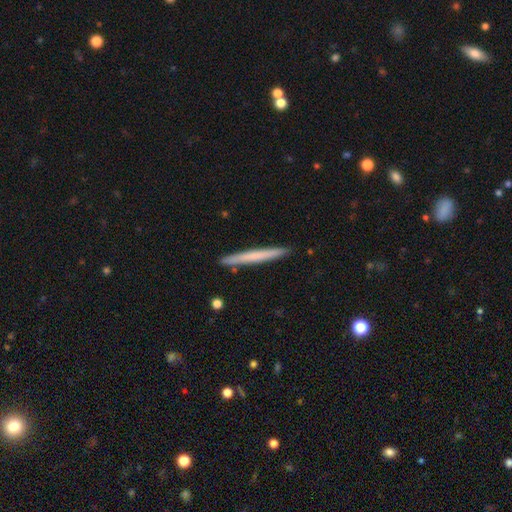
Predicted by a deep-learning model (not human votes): A smooth galaxy with no disk features (59%) that is cigar-shaped (97%). Merging: none (91%).